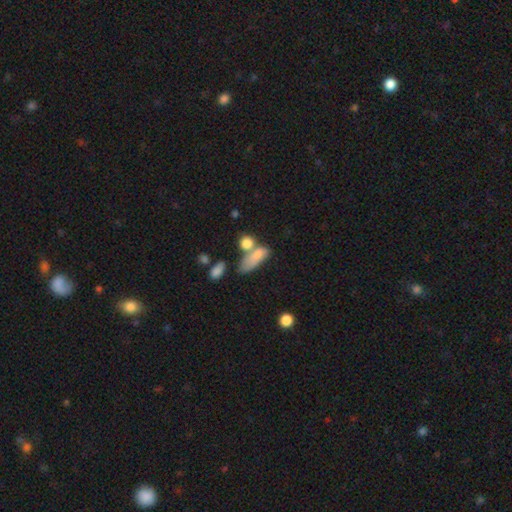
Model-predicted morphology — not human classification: A smooth galaxy with no disk features (73%) that is in between round and cigar-shaped (66%). Merging: merger (39%).